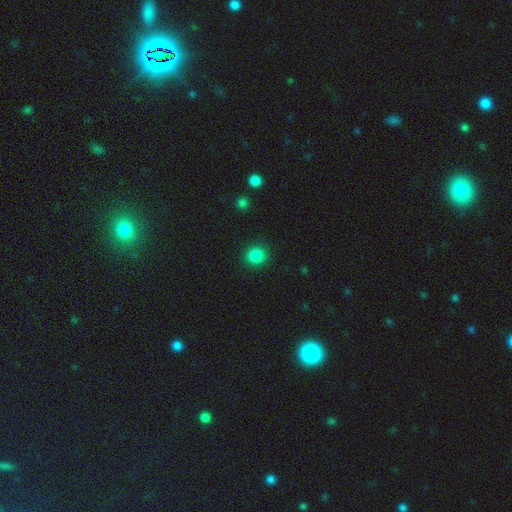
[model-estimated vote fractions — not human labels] A smooth galaxy with no disk features (86%) that is round (89%).

Vote fractions:
- Smooth or featured? smooth: 86% / star or artifact: 11% / featured or disk: 3%
- How rounded? round: 89% / in between: 10% / cigar-shaped: 1%
- Merging? none: 91% / minor disturbance: 6% / major disturbance: 2% / merger: 1%